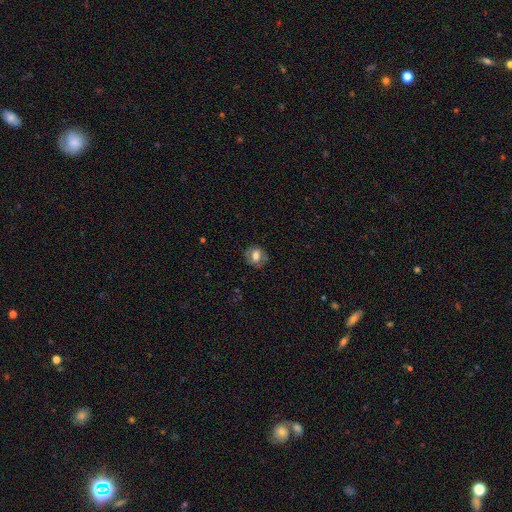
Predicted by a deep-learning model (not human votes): A smooth galaxy with no disk features (60%) that is round (64%). Merging: none (80%).